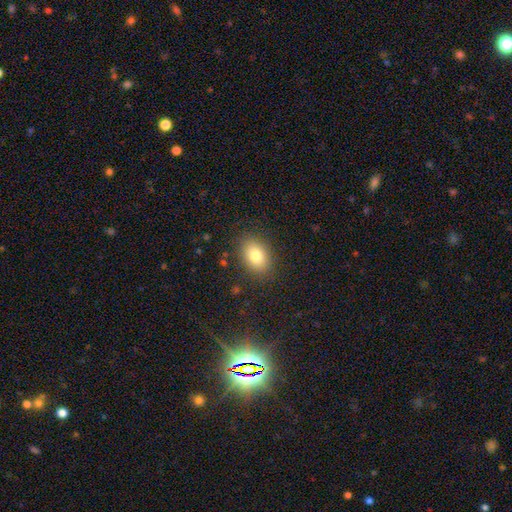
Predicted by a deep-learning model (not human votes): smooth-or-featured: smooth: 80% | featured or disk: 10% | star or artifact: 9%
  how-rounded: in between: 78% | round: 21% | cigar-shaped: 1%
  merging: none: 86% | minor disturbance: 10% | major disturbance: 3% | merger: 1%